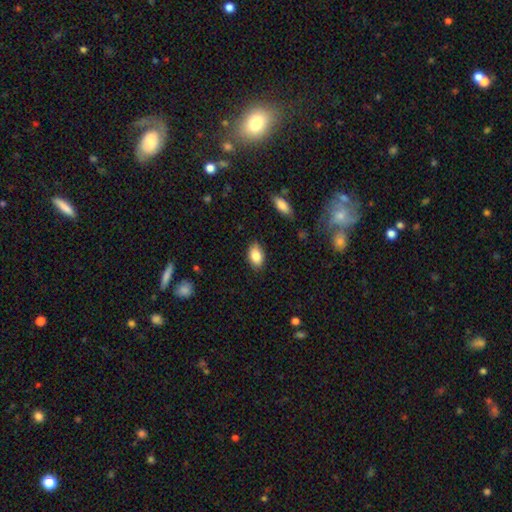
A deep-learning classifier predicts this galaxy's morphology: smooth-or-featured: smooth: 84% | featured or disk: 8% | star or artifact: 7%
  how-rounded: in between: 89% | round: 9% | cigar-shaped: 2%
  merging: none: 85% | minor disturbance: 12% | major disturbance: 2% | merger: 1%